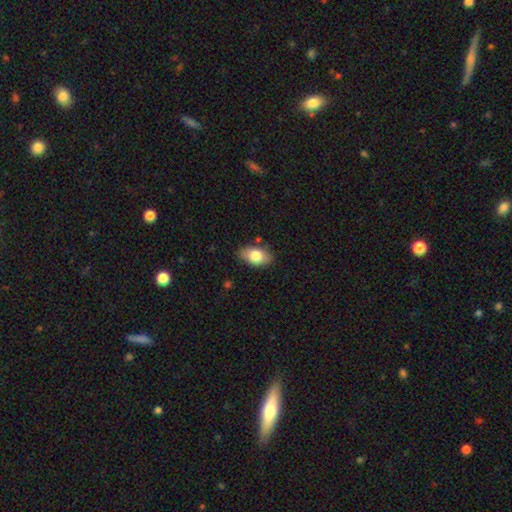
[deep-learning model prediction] Q: Smooth or featured?
A: smooth (80%); runner-up: featured or disk (14%)
Q: How rounded?
A: in between (92%); runner-up: round (6%)
Q: Merging?
A: none (83%); runner-up: minor disturbance (13%)